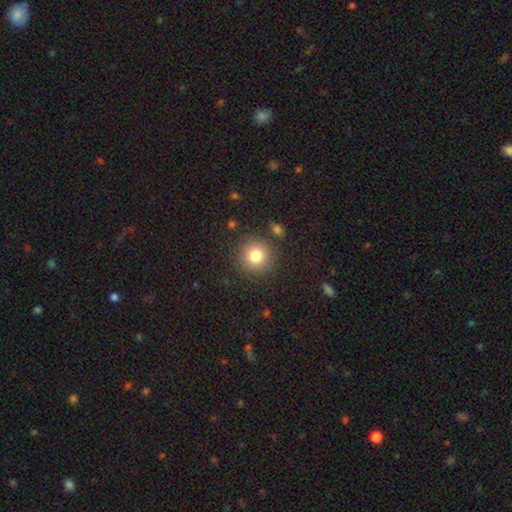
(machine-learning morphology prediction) The model was most divided on "smooth or featured": smooth: 81%, star or artifact: 11%, featured or disk: 8%. More confident: how rounded — round (93%); merging — none (87%).